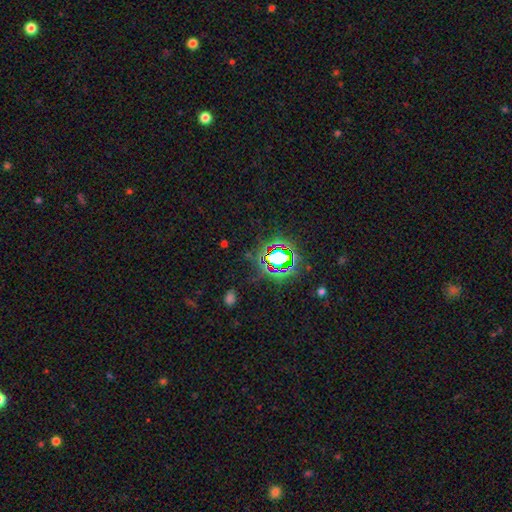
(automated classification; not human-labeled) The model was most divided on "smooth or featured": star or artifact: 78%, smooth: 13%, featured or disk: 9%.